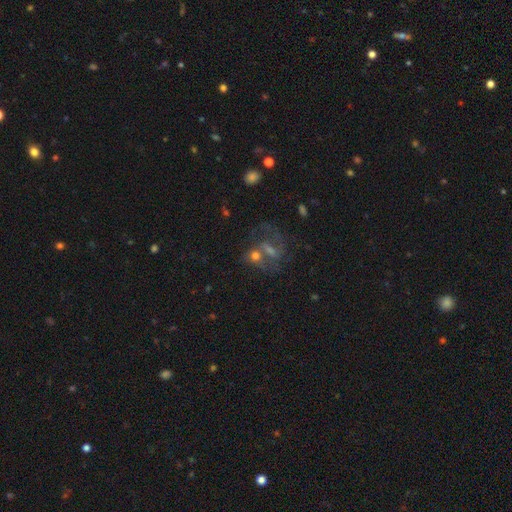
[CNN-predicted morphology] smooth 44%, featured or disk 41%, star or artifact 16%. Down the decision tree: merging — merger (42%).